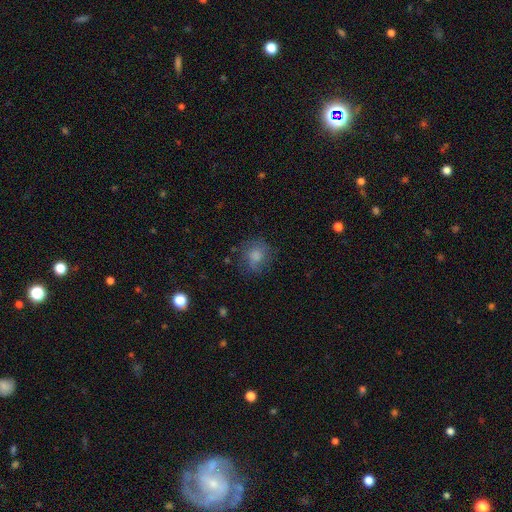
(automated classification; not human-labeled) Smooth or featured?
  - smooth: 70% *
  - featured or disk: 19%
  - star or artifact: 10%
How rounded?
  - round: 79% *
  - in between: 20%
  - cigar-shaped: 1%
Merging?
  - none: 67% *
  - minor disturbance: 20%
  - major disturbance: 11%
  - merger: 2%